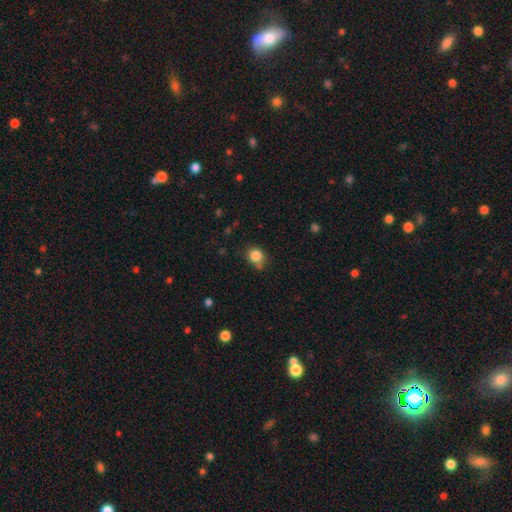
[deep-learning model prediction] smooth_or_featured: smooth (p=0.84) [alt: star or artifact p=0.11]
how_rounded: round (p=0.74) [alt: in between p=0.25]
merging: none (p=0.66) [alt: minor disturbance p=0.24]